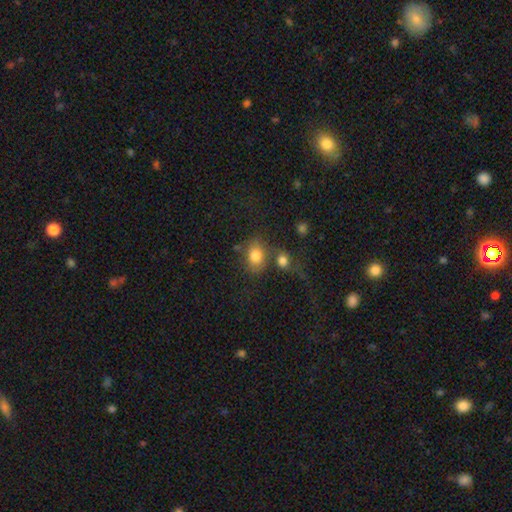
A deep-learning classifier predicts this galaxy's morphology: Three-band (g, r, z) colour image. It shows a smooth galaxy with no disk features (79%) that is in between round and cigar-shaped (57%). Merging: none (56%).